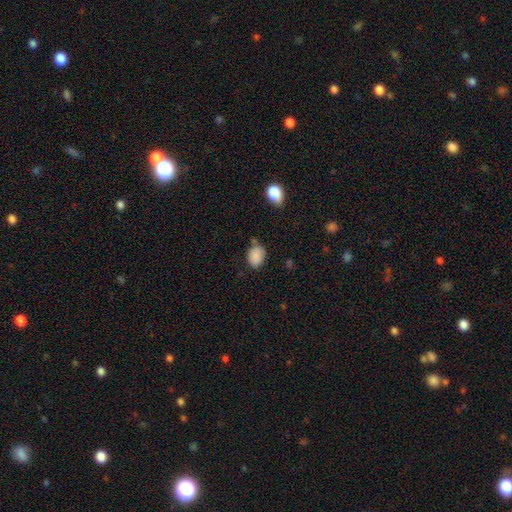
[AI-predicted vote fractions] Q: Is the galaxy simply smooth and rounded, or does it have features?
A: smooth — 87%.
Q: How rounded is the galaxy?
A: in between — 72%.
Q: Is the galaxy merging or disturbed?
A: none — 68%.